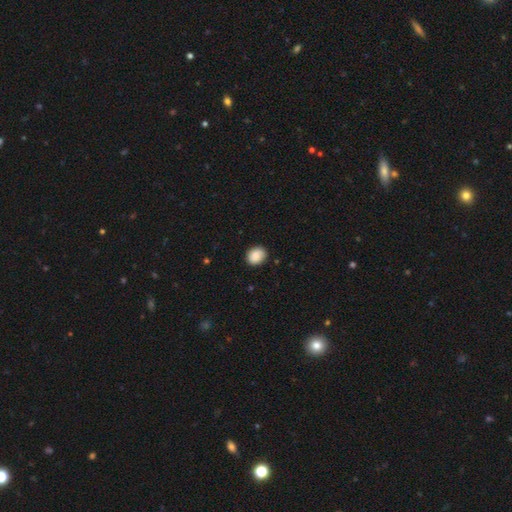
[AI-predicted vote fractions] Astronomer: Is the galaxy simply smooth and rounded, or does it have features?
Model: smooth — 89%.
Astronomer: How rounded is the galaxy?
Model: round — 58% (runner-up: in between, 41%).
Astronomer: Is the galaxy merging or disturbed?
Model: none — 86%.